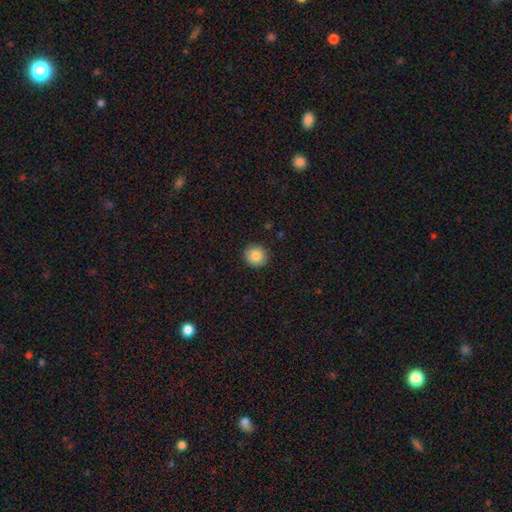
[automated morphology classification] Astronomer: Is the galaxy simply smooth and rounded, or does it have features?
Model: smooth — 86%.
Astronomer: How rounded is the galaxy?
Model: round — 92%.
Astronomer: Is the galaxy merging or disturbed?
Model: none — 91%.